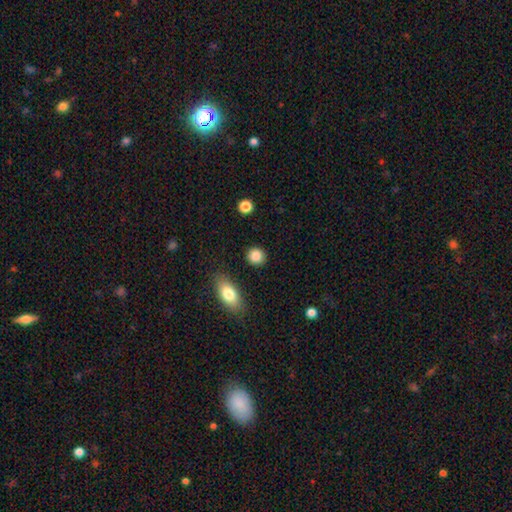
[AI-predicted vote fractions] Smooth or featured?
  - smooth: 87% *
  - star or artifact: 8%
  - featured or disk: 5%
How rounded?
  - round: 84% *
  - in between: 15%
  - cigar-shaped: 2%
Merging?
  - none: 89% *
  - minor disturbance: 7%
  - major disturbance: 2%
  - merger: 2%